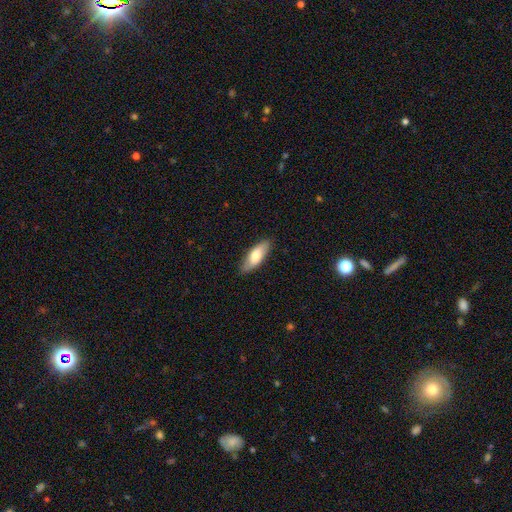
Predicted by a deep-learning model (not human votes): Smooth or featured? smooth (73%)
How rounded? in between (68%)
Merging? none (85%)